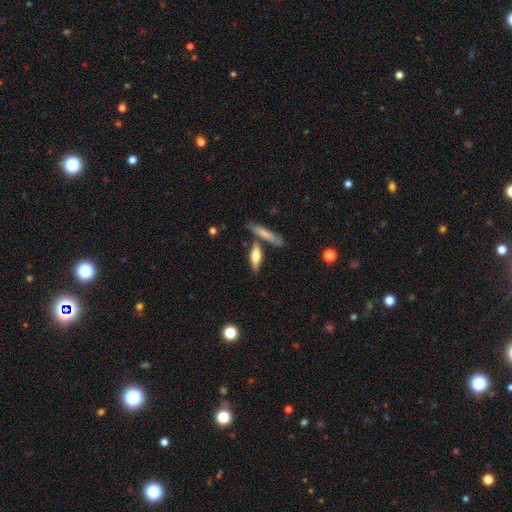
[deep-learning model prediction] smooth 65%, featured or disk 29%, star or artifact 6%. Down the decision tree: how rounded — cigar-shaped (57%); merging — none (63%).